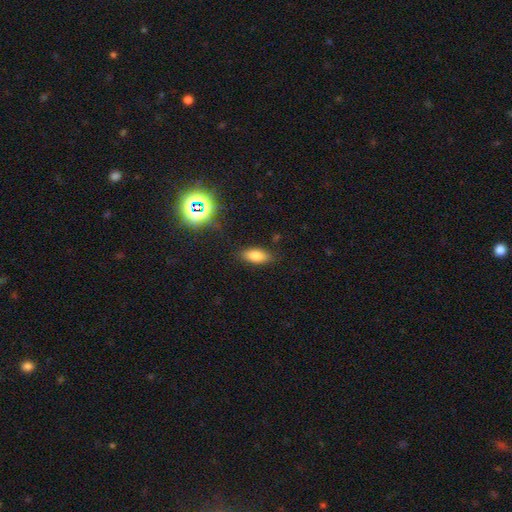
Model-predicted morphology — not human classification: Overall: smooth (78%). How rounded: in between (84%). Merging: none (85%).